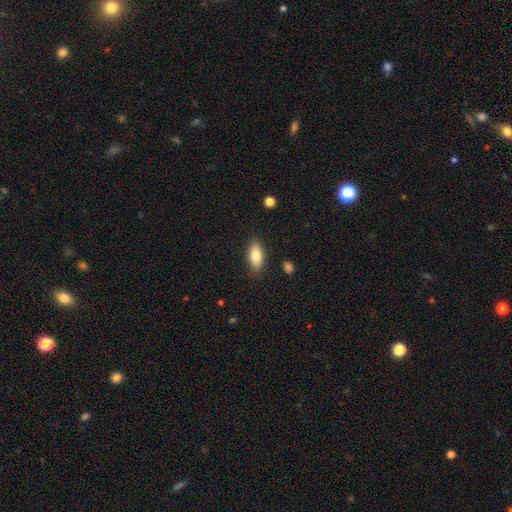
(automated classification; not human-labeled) Smooth or featured: smooth — 80% (featured or disk — 13%)
How rounded: in between — 82% (cigar-shaped — 15%)
Merging: none — 87% (minor disturbance — 10%)